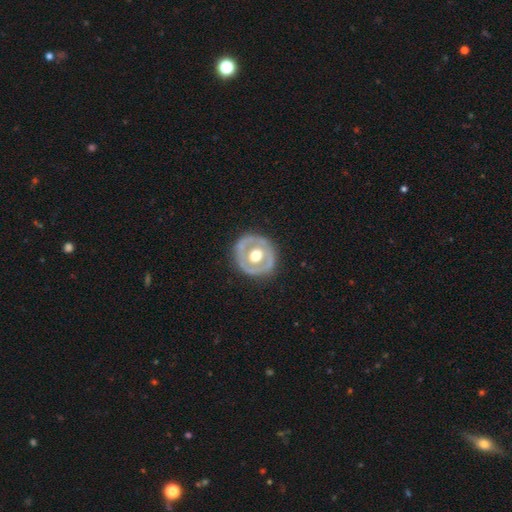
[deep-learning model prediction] Q: Smooth or featured?
A: featured or disk (62%); runner-up: smooth (33%)
Q: Edge-on disk?
A: no (94%); runner-up: yes (6%)
Q: Bar?
A: no (80%); runner-up: weak (14%)
Q: Spiral arms?
A: no (86%); runner-up: yes (14%)
Q: Bulge size?
A: moderate (67%); runner-up: large (27%)
Q: Merging?
A: none (81%); runner-up: minor disturbance (13%)